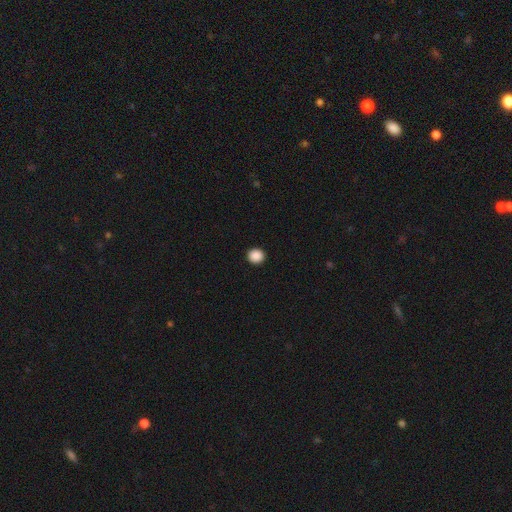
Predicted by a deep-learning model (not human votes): This appears to be a smooth galaxy with no disk features (89%) that is round (88%). Merging: none (93%).